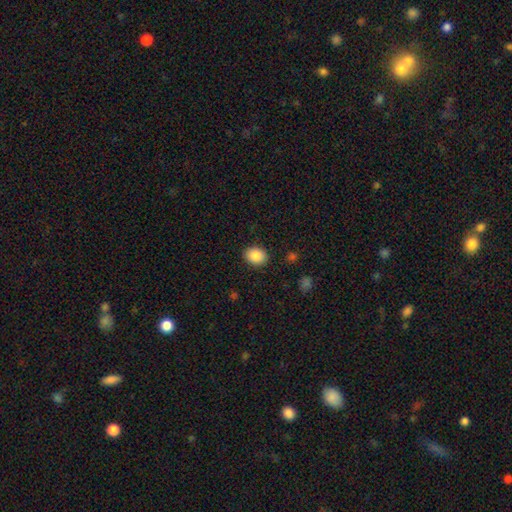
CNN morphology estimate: smooth_or_featured: smooth (p=0.89) [alt: star or artifact p=0.08]
how_rounded: in between (p=0.58) [alt: round p=0.41]
merging: none (p=0.89) [alt: minor disturbance p=0.08]